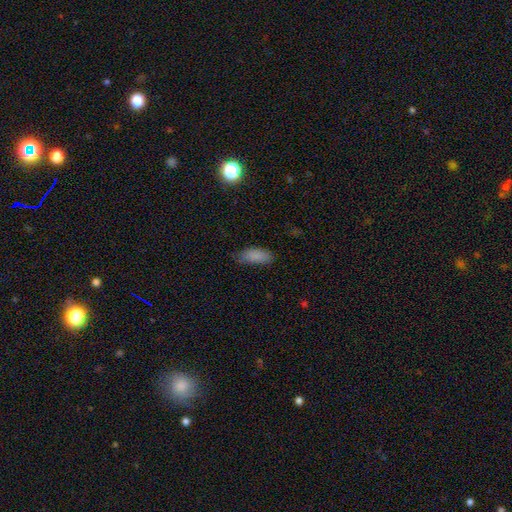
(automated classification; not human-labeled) A smooth galaxy with no disk features (87%) that is in between round and cigar-shaped (82%).

Vote fractions:
- Smooth or featured? smooth: 87% / star or artifact: 8% / featured or disk: 6%
- How rounded? in between: 82% / cigar-shaped: 16% / round: 2%
- Merging? none: 71% / minor disturbance: 23% / major disturbance: 4% / merger: 1%